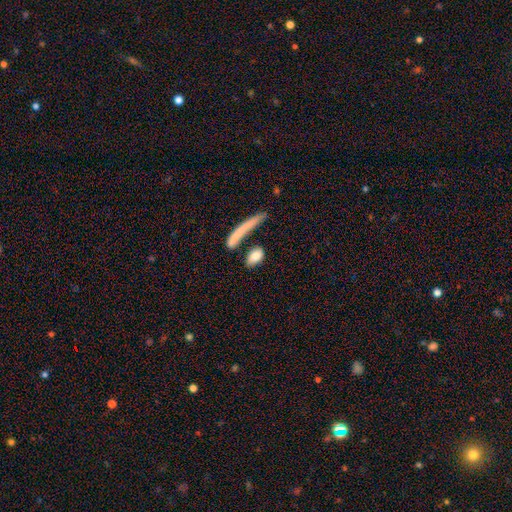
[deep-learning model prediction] Overall: smooth (80%). How rounded: in between (70%). Merging: none (61%).